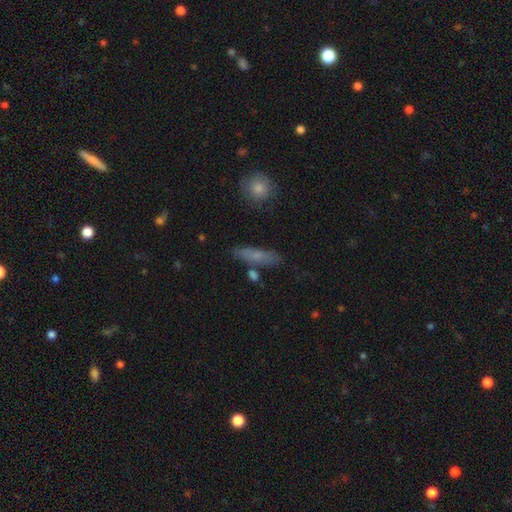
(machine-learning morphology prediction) smooth 68%, featured or disk 23%, star or artifact 9%. Down the decision tree: how rounded — cigar-shaped (74%); merging — none (79%).